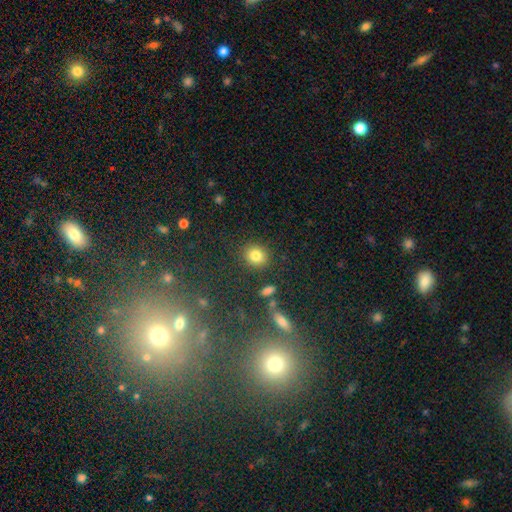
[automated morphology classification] Smooth or featured? smooth (81%)
How rounded? round (77%)
Merging? none (86%)